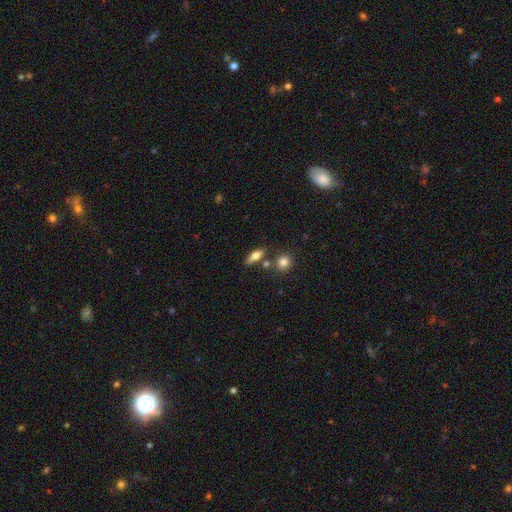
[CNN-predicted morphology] A smooth galaxy with no disk features (65%) that is in between round and cigar-shaped (63%). Merging: none (71%).